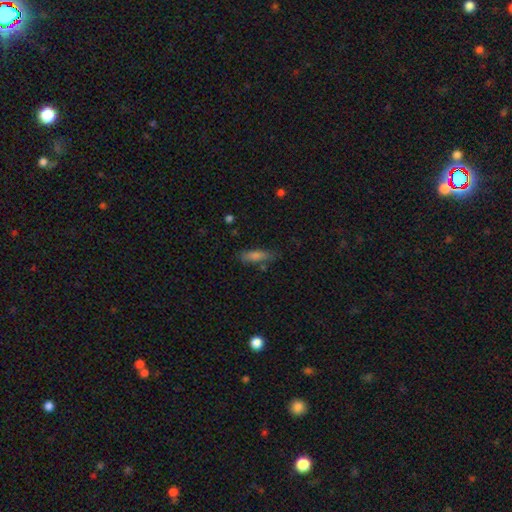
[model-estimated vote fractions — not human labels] smooth_or_featured: smooth (p=0.68) [alt: featured or disk p=0.20]
how_rounded: cigar-shaped (p=0.59) [alt: in between p=0.38]
merging: none (p=0.76) [alt: minor disturbance p=0.17]